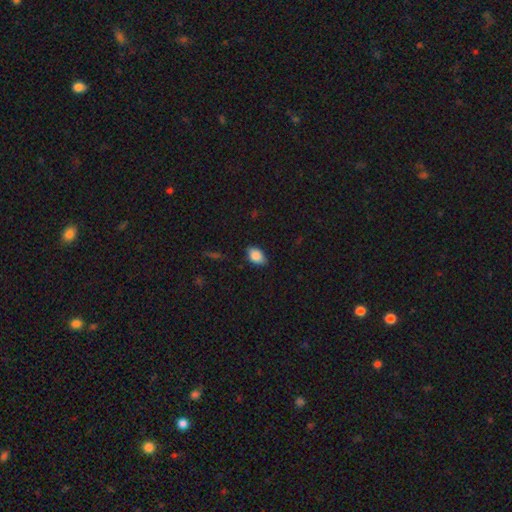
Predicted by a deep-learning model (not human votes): Morphology: type=smooth (86%); roundness=in between (89%); merging=none (80%).